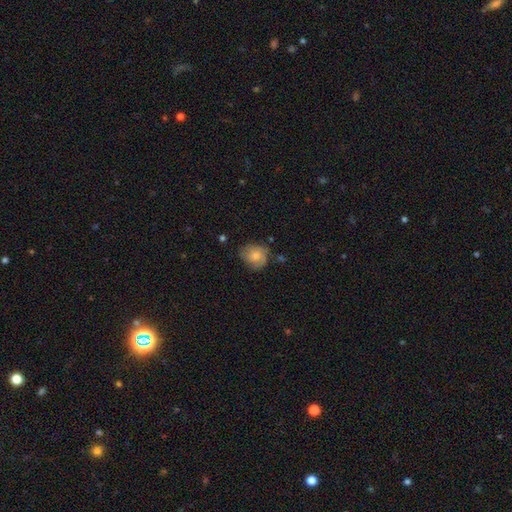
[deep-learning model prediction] The model was most divided on "smooth or featured": smooth: 57%, featured or disk: 35%, star or artifact: 8%. More confident: how rounded — round (73%); merging — none (63%).